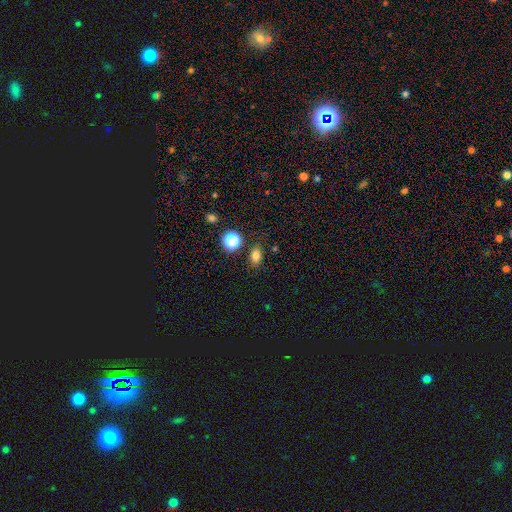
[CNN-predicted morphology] smooth-or-featured: smooth: 79% | star or artifact: 15% | featured or disk: 6%
  how-rounded: in between: 75% | round: 23% | cigar-shaped: 2%
  merging: none: 80% | minor disturbance: 12% | merger: 4% | major disturbance: 3%